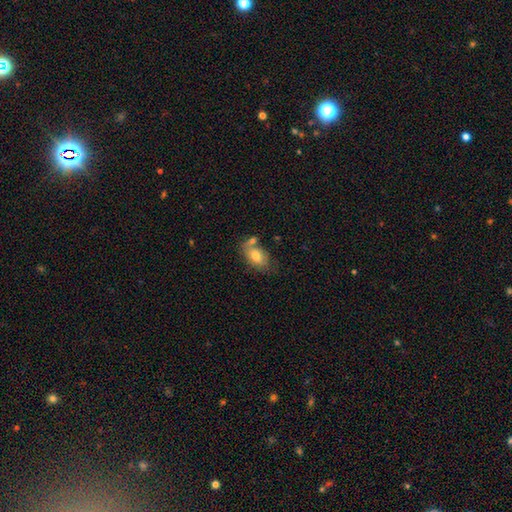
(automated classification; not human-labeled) Morphology: type=smooth (75%); roundness=in between (89%); merging=none (50%).